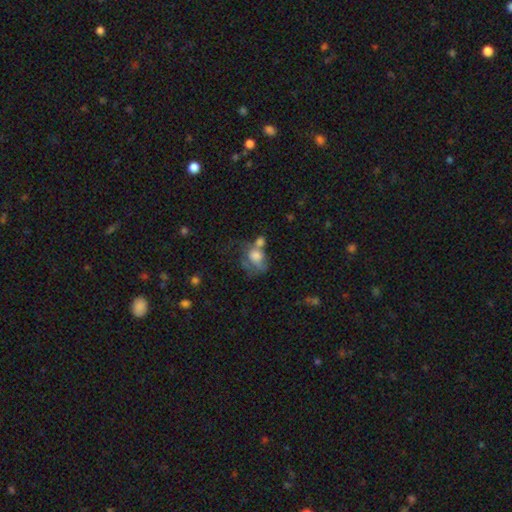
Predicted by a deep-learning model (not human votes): Q: Smooth or featured?
A: smooth (59%); runner-up: featured or disk (31%)
Q: How rounded?
A: in between (64%); runner-up: round (35%)
Q: Merging?
A: merger (41%); runner-up: major disturbance (25%)